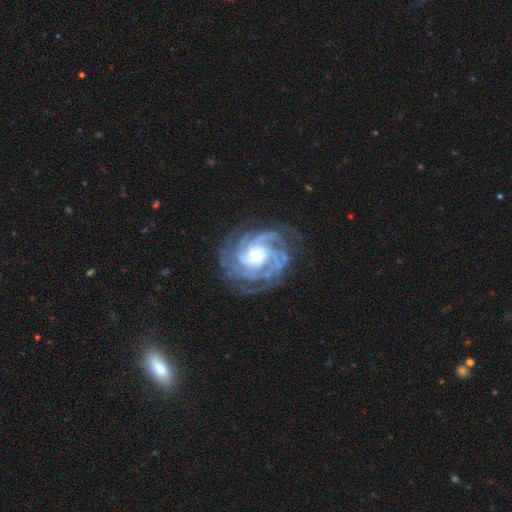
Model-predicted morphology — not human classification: This appears to be a featured or disk galaxy (91%) with no bar (67%), 4 (25%) tight (70%) spiral arms (98%) and a moderate central bulge (48%). Merging: none (75%).